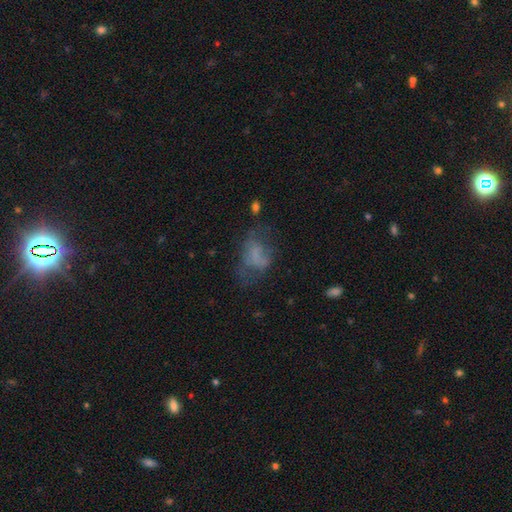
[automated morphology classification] A smooth galaxy with no disk features (48%). Merging: major disturbance (36%, tied with none).